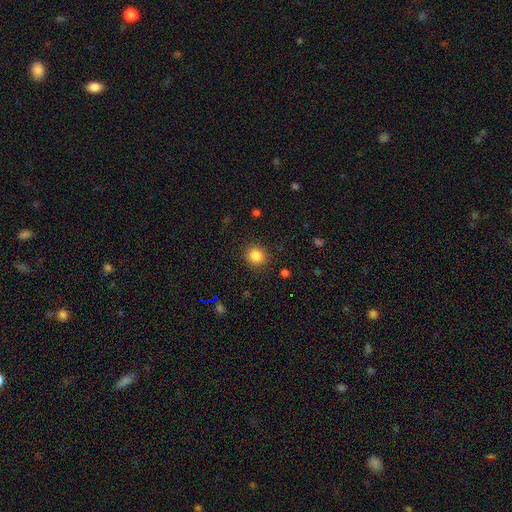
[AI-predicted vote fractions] Morphology: type=smooth (85%); roundness=round (81%); merging=none (89%).